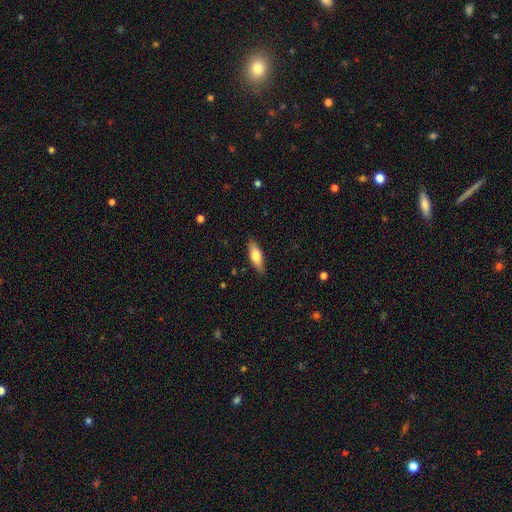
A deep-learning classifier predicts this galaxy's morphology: type=smooth (67%); roundness=in between (62%); merging=none (86%).